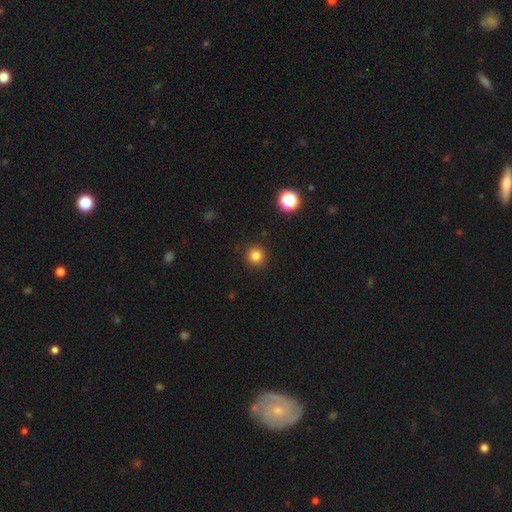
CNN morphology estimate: A smooth galaxy with no disk features (82%) that is round (95%).

Vote fractions:
- Smooth or featured? smooth: 82% / star or artifact: 13% / featured or disk: 5%
- How rounded? round: 95% / in between: 4% / cigar-shaped: 1%
- Merging? none: 91% / minor disturbance: 5% / major disturbance: 2% / merger: 1%